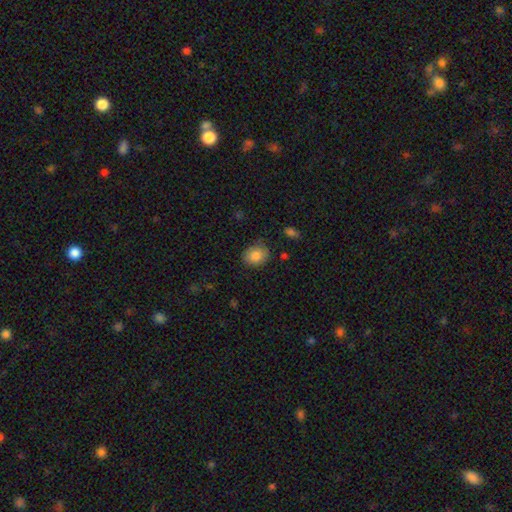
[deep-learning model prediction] smooth 85%, star or artifact 8%, featured or disk 7%. Down the decision tree: how rounded — round (56%); merging — none (76%).